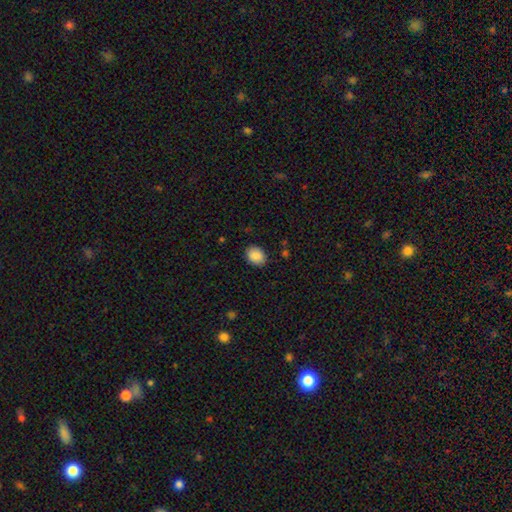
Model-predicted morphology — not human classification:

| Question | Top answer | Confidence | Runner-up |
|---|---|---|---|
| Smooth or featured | smooth | 89% | star or artifact (8%) |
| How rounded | in between | 59% | round (41%) |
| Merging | none | 87% | minor disturbance (10%) |